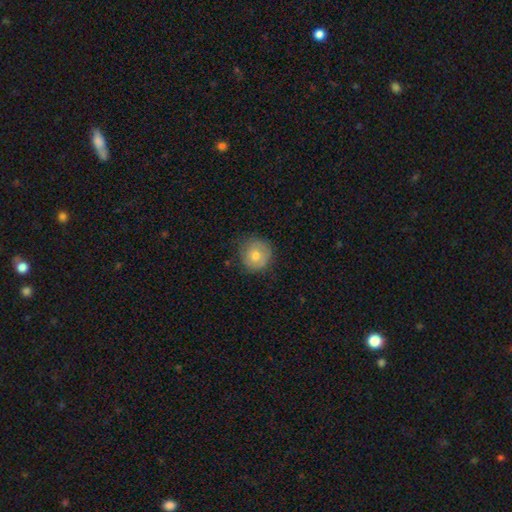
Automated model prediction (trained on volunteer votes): This is likely a smooth galaxy (66%). How rounded: clearly round (92%). Merging: likely none (77%).